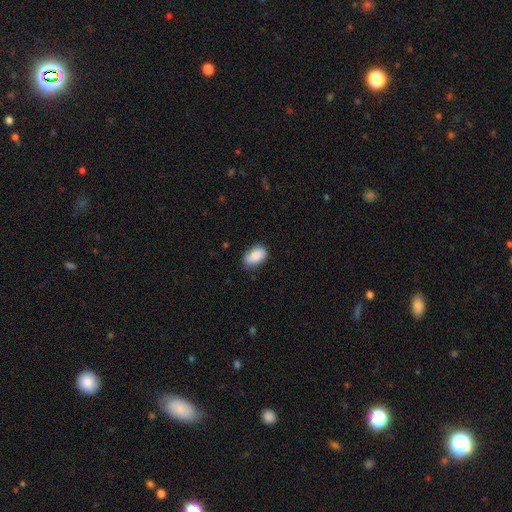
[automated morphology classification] smooth 87%, star or artifact 7%, featured or disk 6%. Down the decision tree: how rounded — in between (90%); merging — none (74%).